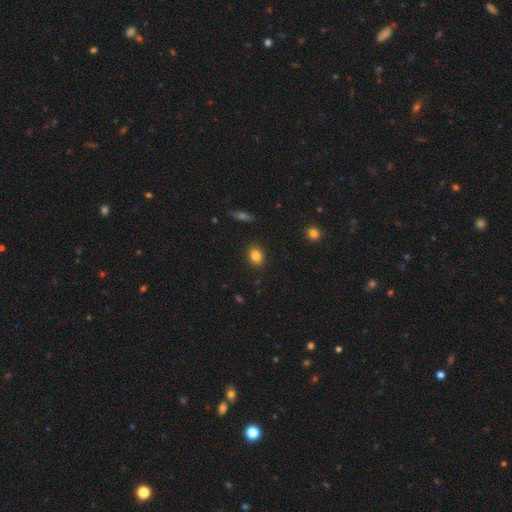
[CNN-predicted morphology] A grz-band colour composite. It shows a smooth galaxy with no disk features (84%) that is in between round and cigar-shaped (59%). Merging: none (88%).